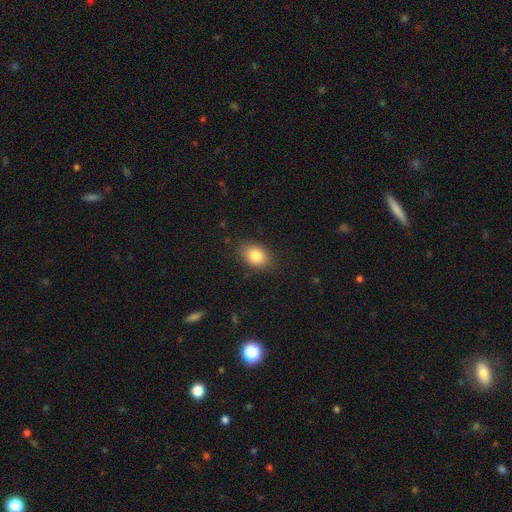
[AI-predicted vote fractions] A smooth galaxy with no disk features (84%) that is in between round and cigar-shaped (74%).

Vote fractions:
- Smooth or featured? smooth: 84% / star or artifact: 9% / featured or disk: 8%
- How rounded? in between: 74% / round: 24% / cigar-shaped: 1%
- Merging? none: 84% / minor disturbance: 12% / major disturbance: 3% / merger: 1%